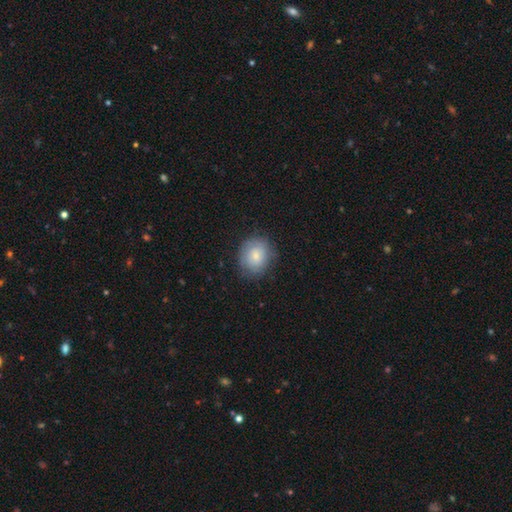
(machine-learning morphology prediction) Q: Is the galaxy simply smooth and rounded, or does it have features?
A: smooth — 72%.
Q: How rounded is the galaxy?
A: round — 69%.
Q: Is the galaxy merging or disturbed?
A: none — 78%.